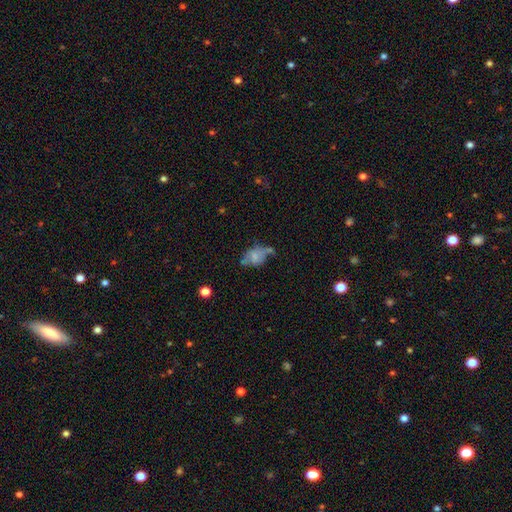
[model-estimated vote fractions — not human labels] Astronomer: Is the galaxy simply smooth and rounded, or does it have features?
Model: smooth — 51% (runner-up: featured or disk, 38%).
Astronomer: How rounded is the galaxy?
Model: in between — 87%.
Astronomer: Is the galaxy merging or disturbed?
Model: none — 33% (runner-up: minor disturbance, 29%).